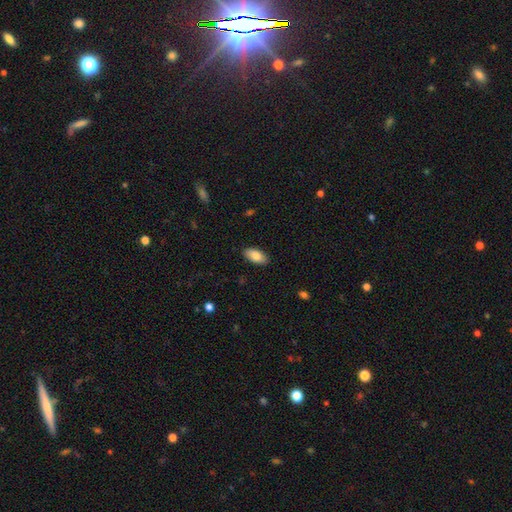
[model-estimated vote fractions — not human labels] Overall: smooth (84%). How rounded: in between (92%). Merging: none (89%).